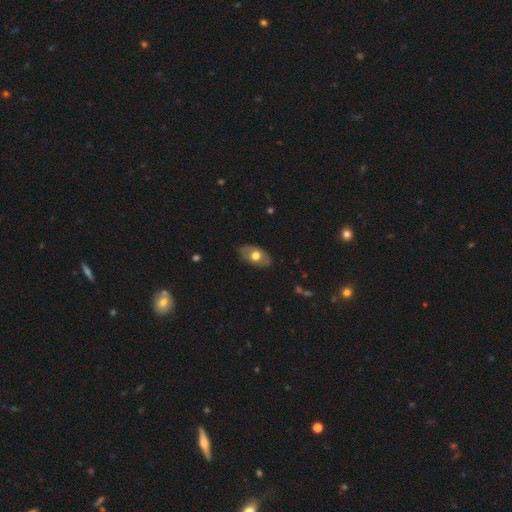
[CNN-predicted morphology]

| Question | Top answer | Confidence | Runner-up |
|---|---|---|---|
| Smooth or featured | smooth | 59% | featured or disk (34%) |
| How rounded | in between | 89% | round (9%) |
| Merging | none | 82% | minor disturbance (14%) |